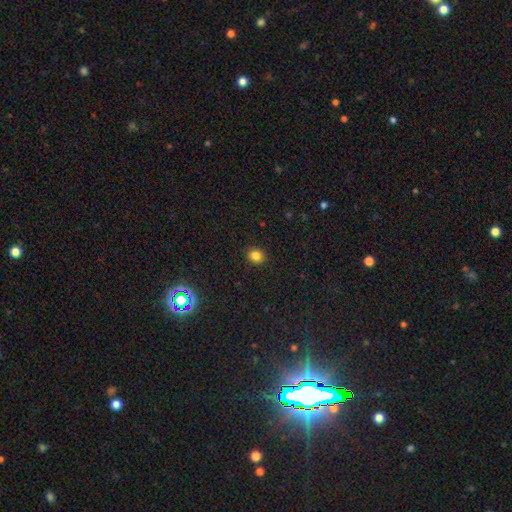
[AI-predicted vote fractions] Q: Smooth or featured?
A: smooth (82%); runner-up: star or artifact (13%)
Q: How rounded?
A: round (81%); runner-up: in between (18%)
Q: Merging?
A: none (91%); runner-up: minor disturbance (6%)